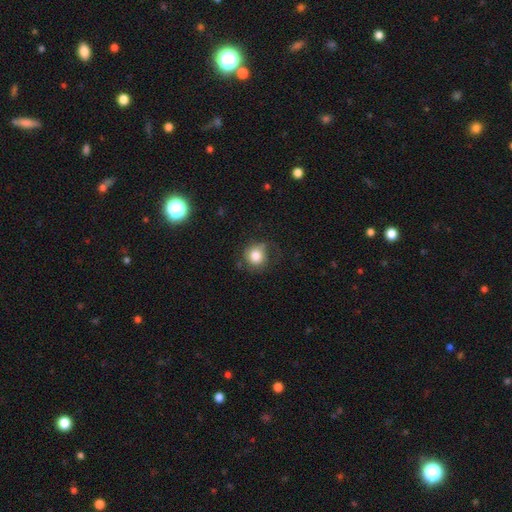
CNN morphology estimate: Smooth or featured? smooth (79%)
How rounded? round (84%)
Merging? none (58%)